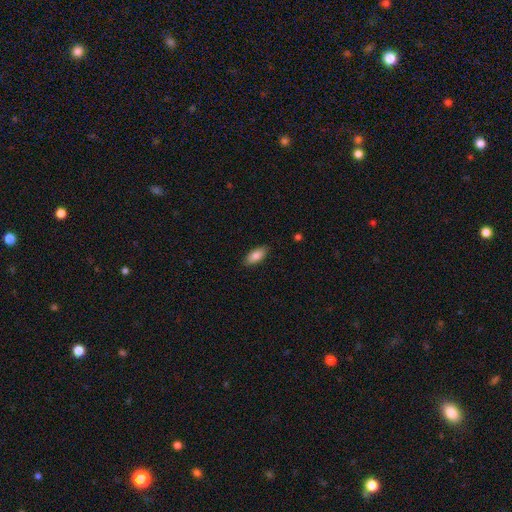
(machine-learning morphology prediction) type=smooth (85%); roundness=in between (86%); merging=none (87%).